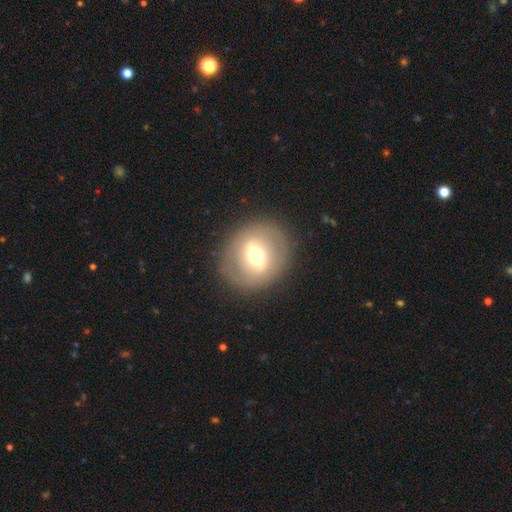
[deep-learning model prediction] This appears to be a featured or disk galaxy (51%). Merging: none (85%).